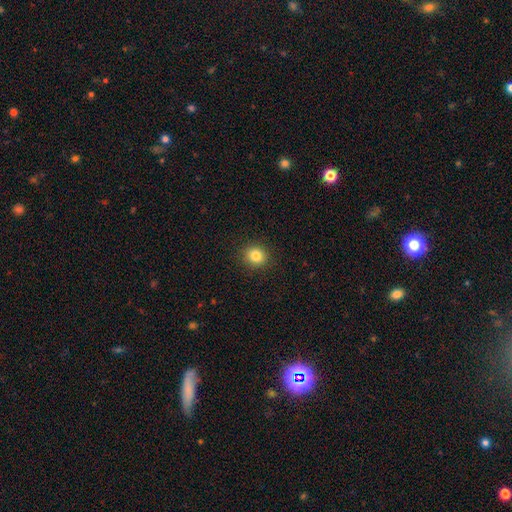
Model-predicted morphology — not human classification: smooth-or-featured: smooth: 83% | star or artifact: 11% | featured or disk: 6%
  how-rounded: round: 86% | in between: 13% | cigar-shaped: 1%
  merging: none: 91% | minor disturbance: 6% | major disturbance: 2% | merger: 1%